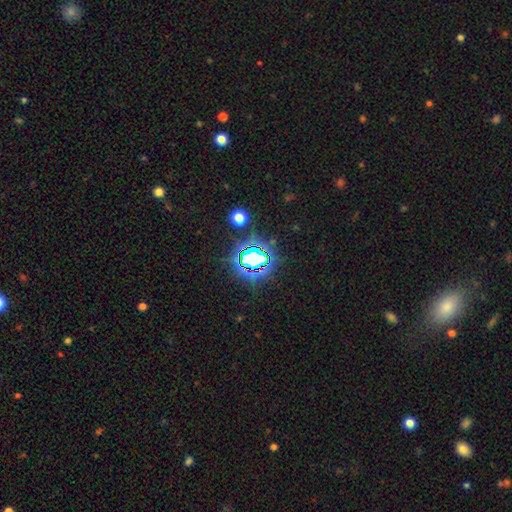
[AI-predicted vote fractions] This appears to be a star or artifact, not a galaxy (72%).